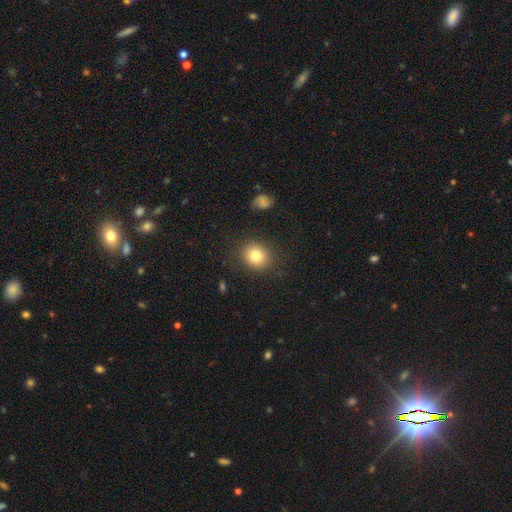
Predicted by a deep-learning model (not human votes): Overall: smooth (80%). How rounded: round (72%). Merging: none (85%).